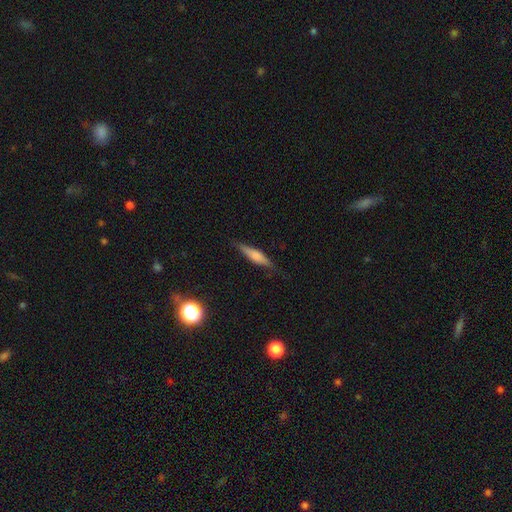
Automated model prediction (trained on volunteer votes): Smooth or featured? Predicted: smooth (p=0.58). How rounded? Predicted: cigar-shaped (p=0.77). Merging? Predicted: none (p=0.81).